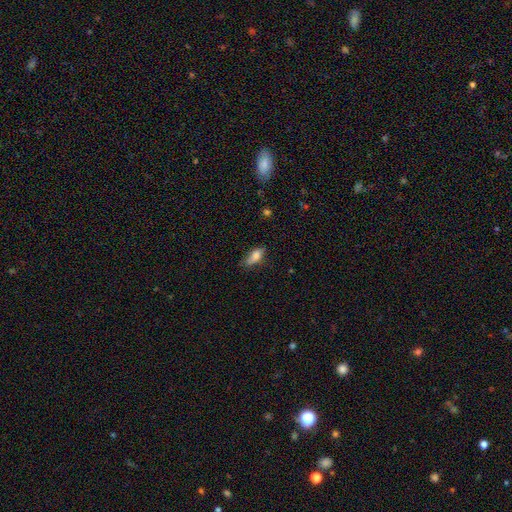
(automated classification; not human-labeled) Q: Smooth or featured?
A: smooth (75%); runner-up: featured or disk (17%)
Q: How rounded?
A: in between (80%); runner-up: cigar-shaped (16%)
Q: Merging?
A: none (58%); runner-up: minor disturbance (31%)